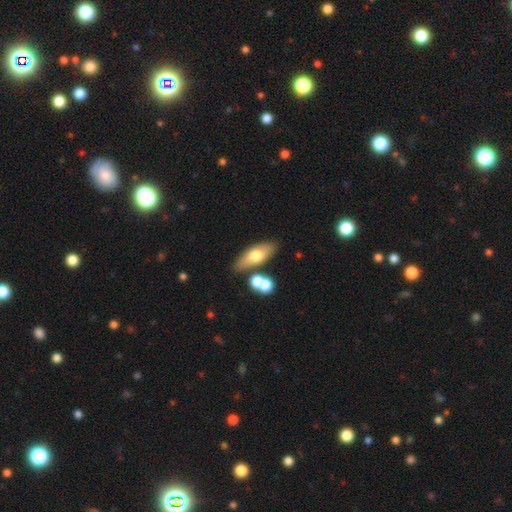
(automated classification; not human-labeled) Overall: smooth (64%; featured or disk 28%). How rounded: in between (66%; cigar-shaped 29%). Merging: none (72%).